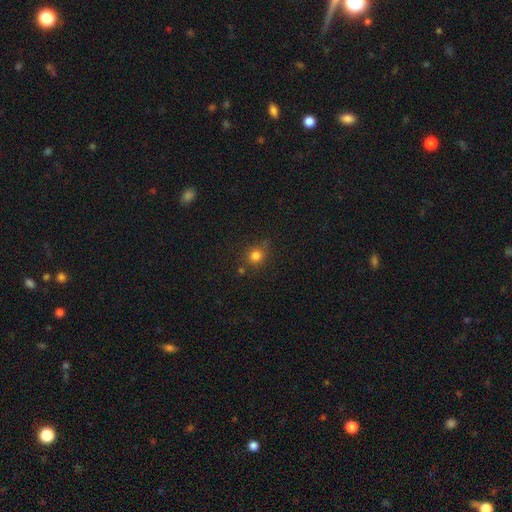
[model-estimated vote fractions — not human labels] The model was most divided on "merging": none: 75%, minor disturbance: 15%, merger: 6%, major disturbance: 4%. More confident: how rounded — round (88%); smooth or featured — smooth (80%).